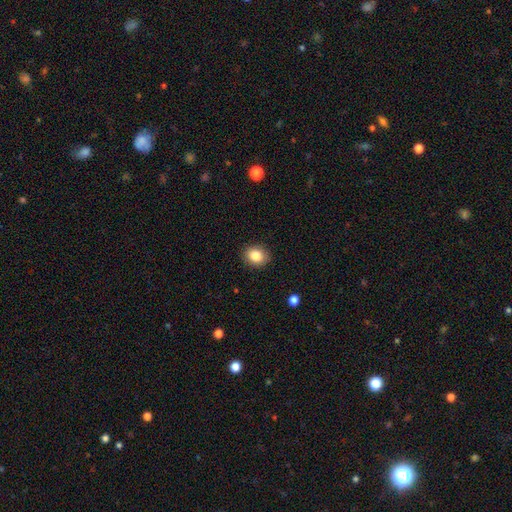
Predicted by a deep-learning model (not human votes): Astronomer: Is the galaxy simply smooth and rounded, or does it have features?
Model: smooth — 84%.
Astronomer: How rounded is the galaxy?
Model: round — 63%.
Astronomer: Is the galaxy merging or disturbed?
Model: none — 89%.